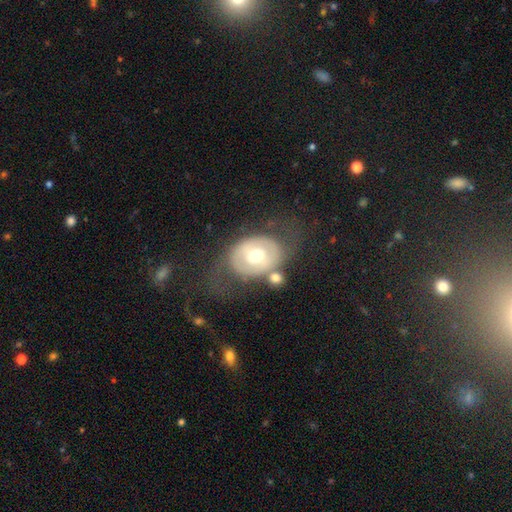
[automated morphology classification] Smooth or featured: featured or disk — 54% (smooth — 39%)
Edge-on disk: no — 94% (yes — 6%)
Bar: no — 64% (weak — 25%)
Spiral arms: no — 73% (yes — 27%)
Bulge size: moderate — 75% (small — 12%)
Merging: none — 54% (minor disturbance — 18%)